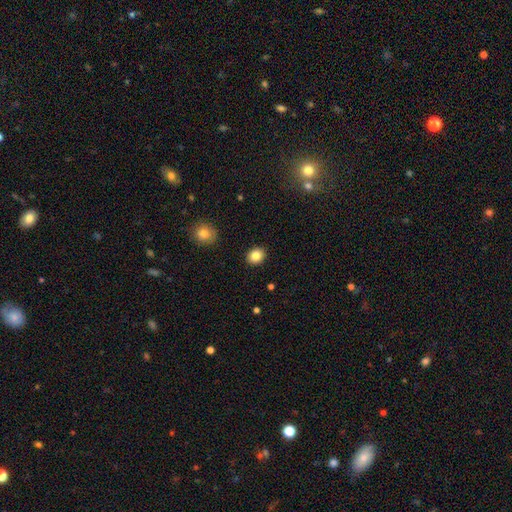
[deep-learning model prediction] Smooth or featured?
  - smooth: 84% *
  - star or artifact: 9%
  - featured or disk: 7%
How rounded?
  - round: 58% *
  - in between: 42%
  - cigar-shaped: 1%
Merging?
  - none: 91% *
  - minor disturbance: 6%
  - major disturbance: 2%
  - merger: 1%